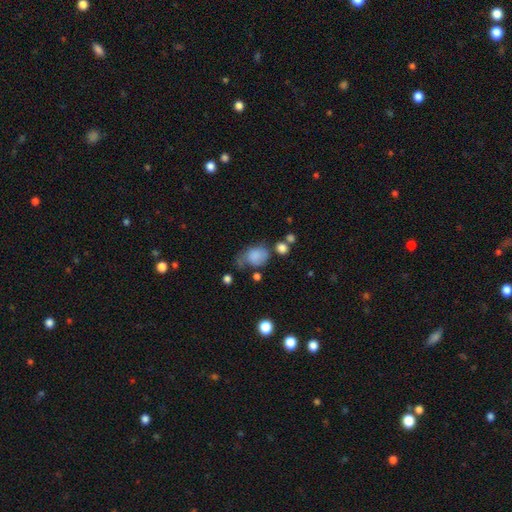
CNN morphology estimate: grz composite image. It shows a smooth galaxy with no disk features (78%) that is in between round and cigar-shaped (59%). Merging: none (33%).